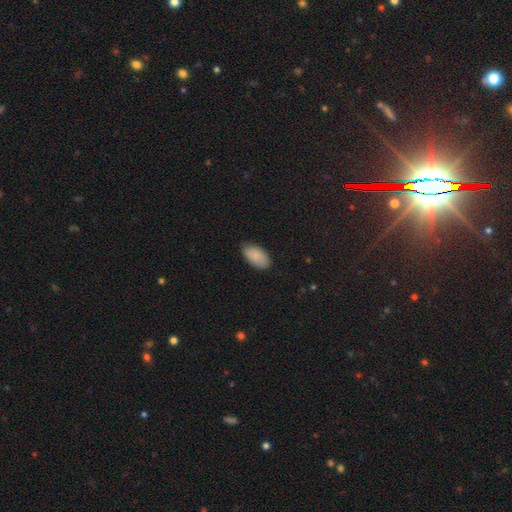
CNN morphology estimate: Overall: smooth (87%). How rounded: in between (95%). Merging: none (82%).